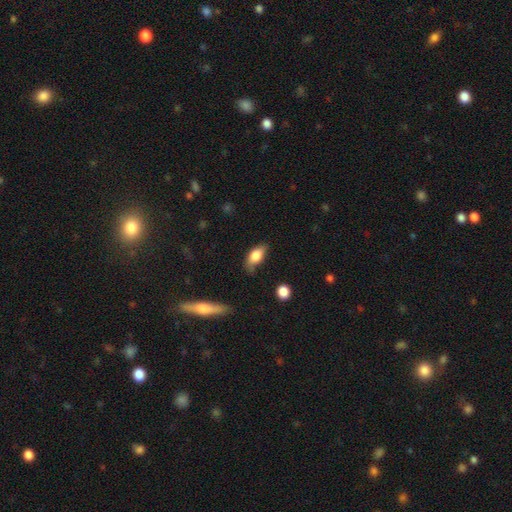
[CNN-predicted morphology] smooth-or-featured: smooth: 77% | featured or disk: 15% | star or artifact: 7%
  how-rounded: in between: 87% | cigar-shaped: 9% | round: 5%
  merging: none: 55% | minor disturbance: 33% | major disturbance: 9% | merger: 3%